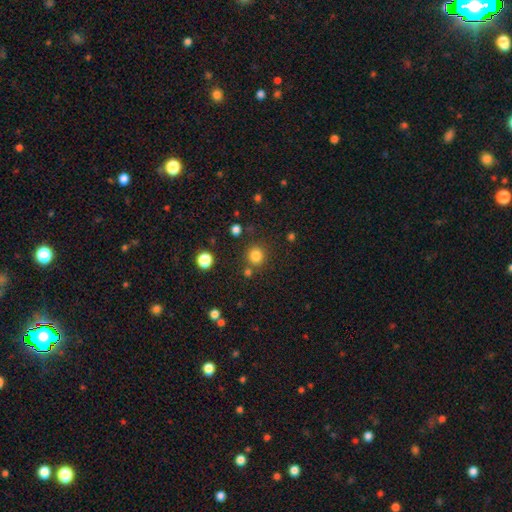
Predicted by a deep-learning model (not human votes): Overall: smooth (82%). How rounded: round (90%). Merging: none (80%).